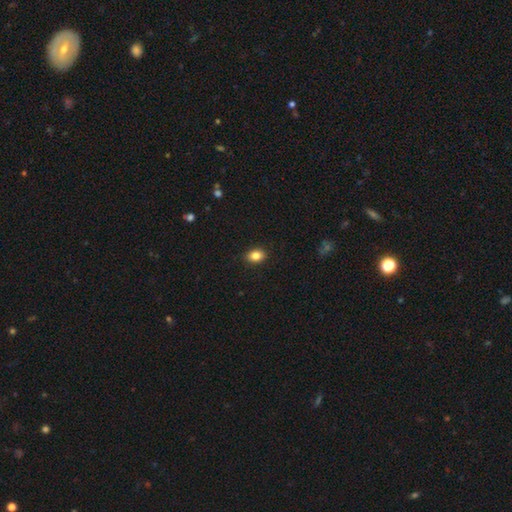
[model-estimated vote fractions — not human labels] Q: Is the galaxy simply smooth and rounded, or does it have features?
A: smooth — 85%.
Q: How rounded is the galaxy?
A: in between — 71%.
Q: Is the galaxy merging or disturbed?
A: none — 90%.